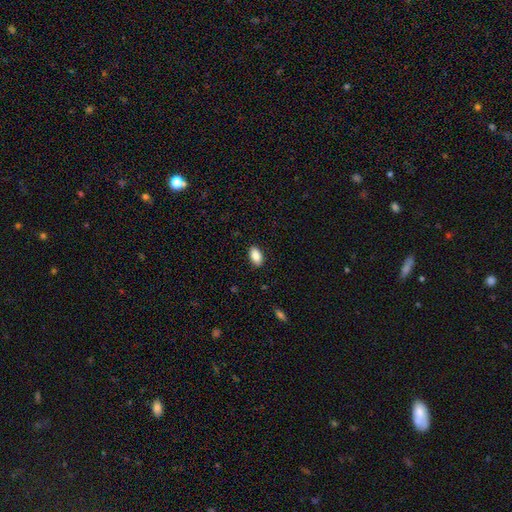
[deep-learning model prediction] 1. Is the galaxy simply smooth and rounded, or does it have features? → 88% smooth, 7% star or artifact, 5% featured or disk.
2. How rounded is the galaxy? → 93% in between, 4% round, 3% cigar-shaped.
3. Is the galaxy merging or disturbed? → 89% none, 8% minor disturbance, 2% major disturbance, 1% merger.